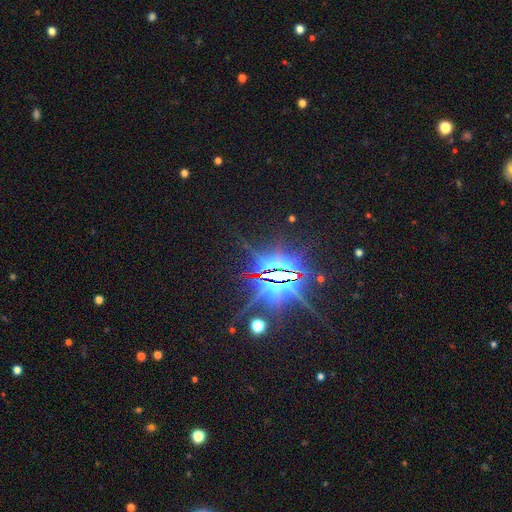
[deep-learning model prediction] Smooth or featured?
  - star or artifact: 86% *
  - featured or disk: 9%
  - smooth: 5%